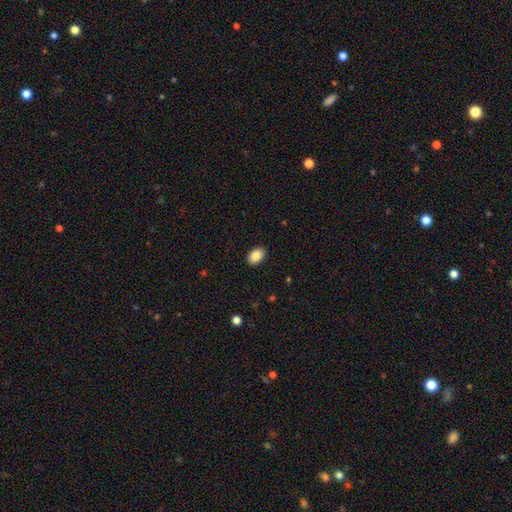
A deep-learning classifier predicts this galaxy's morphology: This is clearly a smooth galaxy (87%). How rounded: clearly in between (88%). Merging: clearly none (90%).